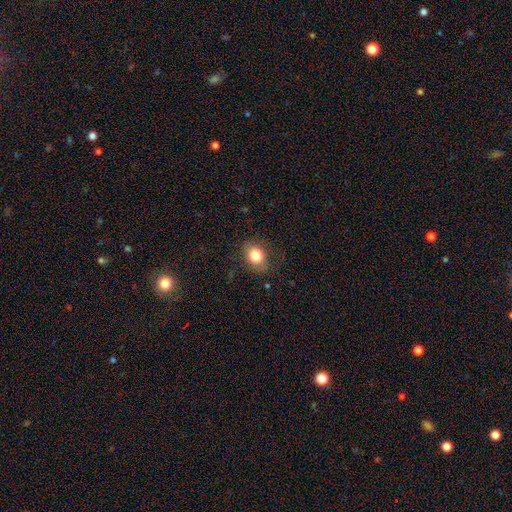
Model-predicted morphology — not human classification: A smooth galaxy with no disk features (81%) that is in between round and cigar-shaped (62%). Merging: none (76%).